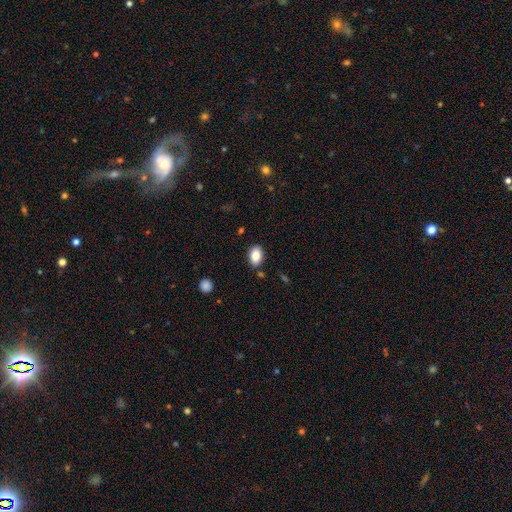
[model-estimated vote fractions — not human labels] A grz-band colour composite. It shows a smooth galaxy with no disk features (86%) that is in between round and cigar-shaped (86%). Merging: none (86%).